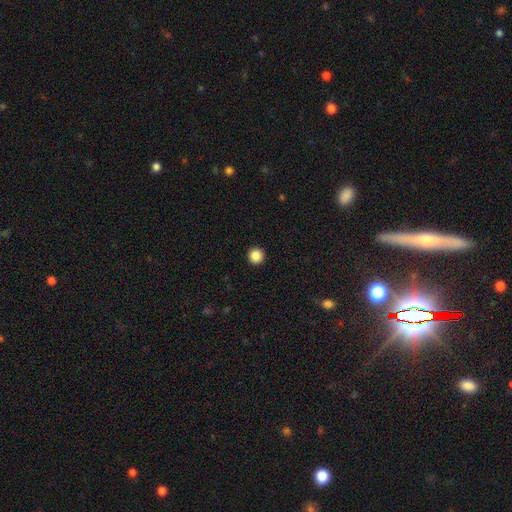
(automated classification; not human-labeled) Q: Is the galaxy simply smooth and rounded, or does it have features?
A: smooth — 87%.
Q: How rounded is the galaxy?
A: round — 96%.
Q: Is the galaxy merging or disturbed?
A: none — 94%.